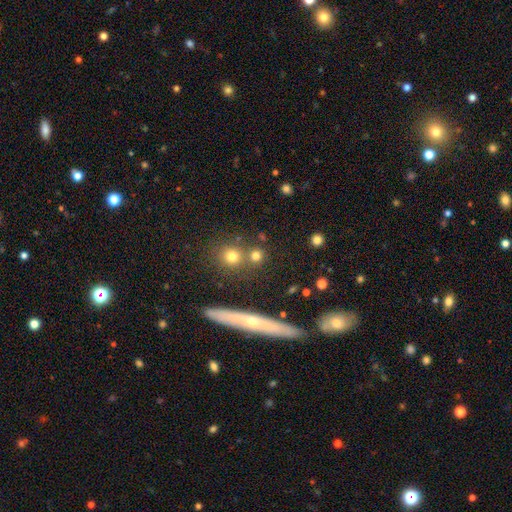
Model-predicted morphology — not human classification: smooth_or_featured: smooth (p=0.74) [alt: star or artifact p=0.15]
how_rounded: round (p=0.87) [alt: in between p=0.08]
merging: none (p=0.76) [alt: merger p=0.14]